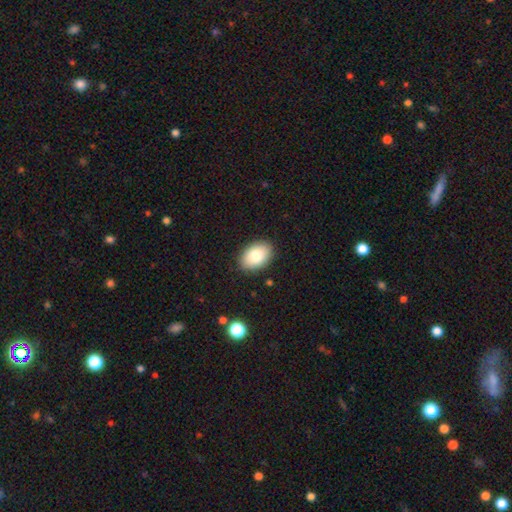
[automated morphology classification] A smooth galaxy with no disk features (81%) that is in between round and cigar-shaped (87%). Merging: none (88%).